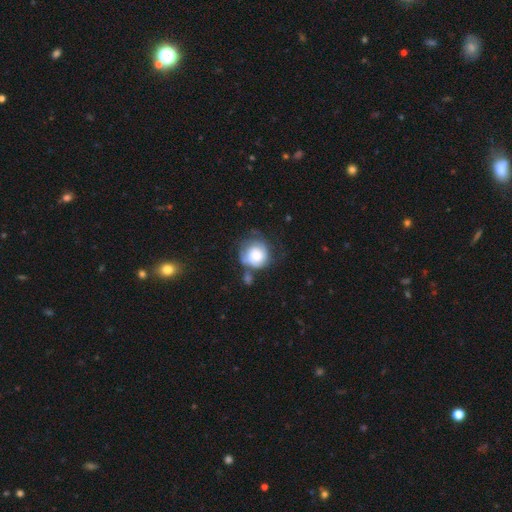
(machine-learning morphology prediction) Smooth or featured: smooth — 55% (featured or disk — 37%)
How rounded: round — 86% (in between — 13%)
Merging: none — 43% (minor disturbance — 27%)